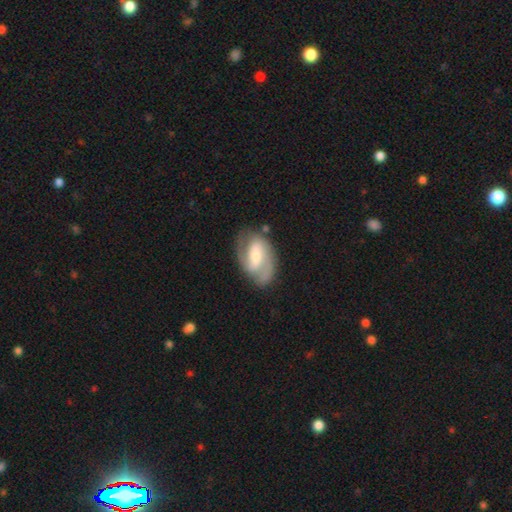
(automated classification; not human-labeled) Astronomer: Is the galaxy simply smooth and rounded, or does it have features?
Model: featured or disk — 76%.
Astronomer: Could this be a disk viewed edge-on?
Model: no — 96%.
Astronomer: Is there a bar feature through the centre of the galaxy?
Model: weak — 46% (runner-up: strong, 27%).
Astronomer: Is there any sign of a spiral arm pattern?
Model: yes — 92%.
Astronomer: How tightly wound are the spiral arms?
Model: medium — 50% (runner-up: tight, 28%).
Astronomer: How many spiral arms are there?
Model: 2 — 80%.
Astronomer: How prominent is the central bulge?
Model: moderate — 49% (runner-up: small, 40%).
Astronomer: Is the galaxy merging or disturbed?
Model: none — 69%.